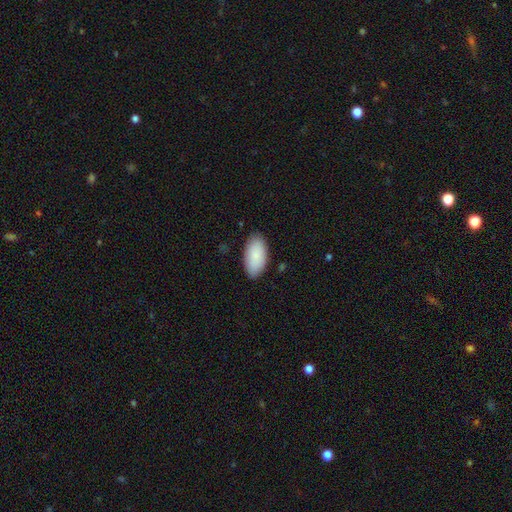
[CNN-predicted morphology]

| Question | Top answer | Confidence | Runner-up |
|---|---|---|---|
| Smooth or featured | smooth | 88% | featured or disk (6%) |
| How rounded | in between | 95% | cigar-shaped (2%) |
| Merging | none | 86% | minor disturbance (11%) |